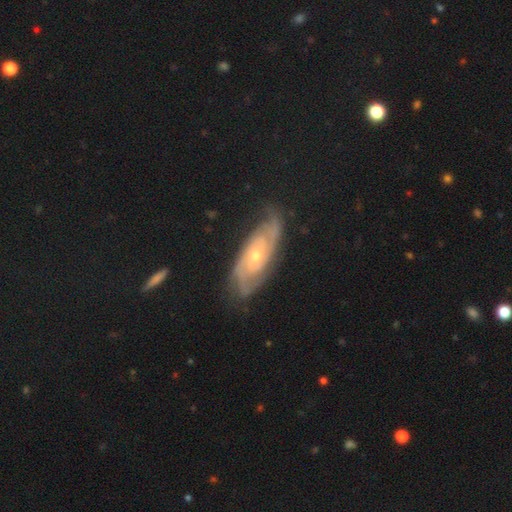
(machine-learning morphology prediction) A featured or disk galaxy (85%) with no bar (72%), 2 (47%) tight (66%) spiral arms (96%) and a small central bulge (60%).

Vote fractions:
- Smooth or featured? featured or disk: 85% / smooth: 9% / star or artifact: 6%
- Edge-on disk? no: 92% / yes: 8%
- Bar? no: 72% / weak: 22% / strong: 6%
- Spiral arms? yes: 96% / no: 4%
- Spiral winding? tight: 66% / medium: 27% / loose: 6%
- Spiral arm count? 2: 47% / can't tell: 27% / 3: 13% / 4: 6% / 1: 4% / more than 4: 4%
- Bulge size? small: 60% / moderate: 37% / large: 1% / none: 1% / dominant: 1%
- Merging? none: 76% / minor disturbance: 17% / major disturbance: 5% / merger: 1%